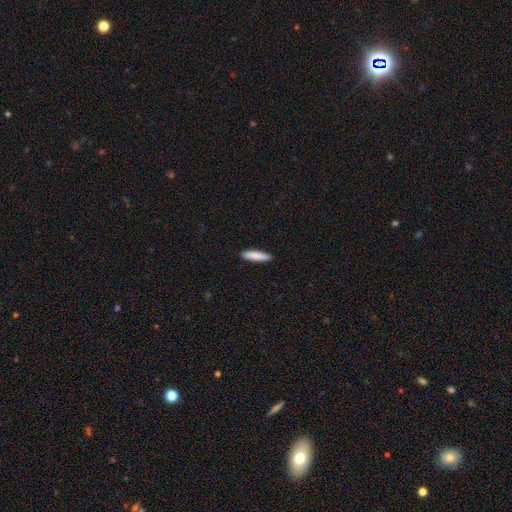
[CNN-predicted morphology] Smooth or featured: smooth — 87% (featured or disk — 8%)
How rounded: cigar-shaped — 82% (in between — 17%)
Merging: none — 91% (minor disturbance — 7%)